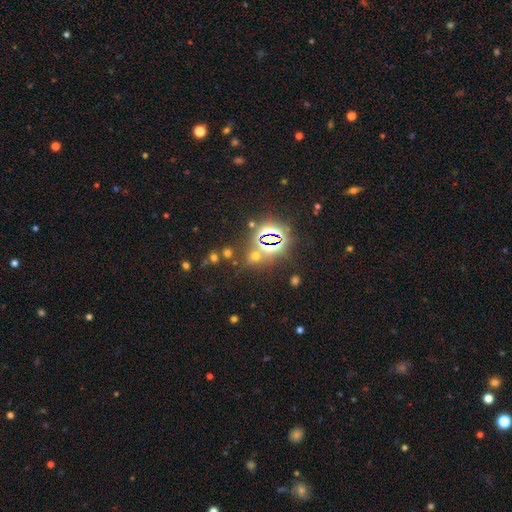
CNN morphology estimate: smooth-or-featured: star or artifact: 62% | smooth: 30% | featured or disk: 8%